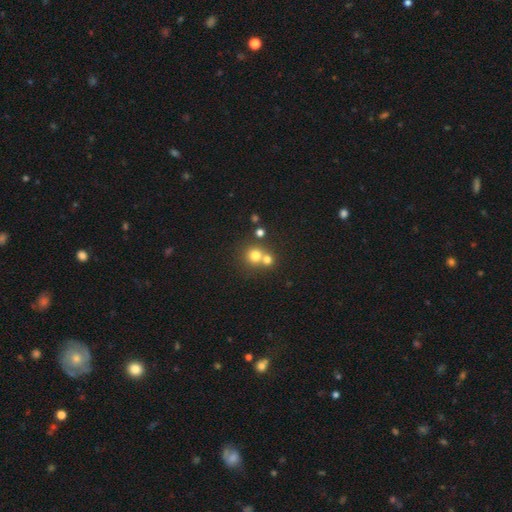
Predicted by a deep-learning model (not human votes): smooth_or_featured: smooth (p=0.73) [alt: star or artifact p=0.15]
how_rounded: round (p=0.89) [alt: in between p=0.10]
merging: none (p=0.48) [alt: merger p=0.44]